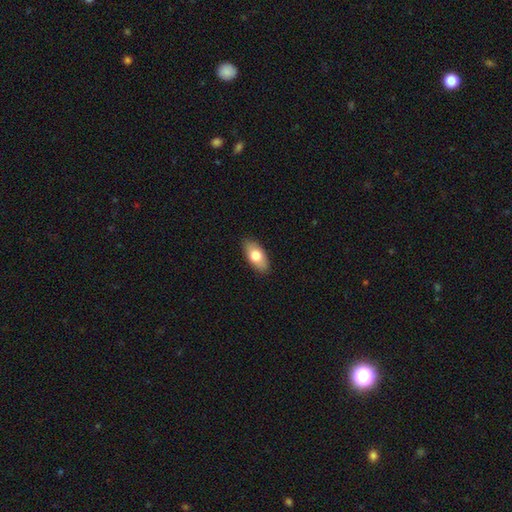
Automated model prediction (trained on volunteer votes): A smooth galaxy with no disk features (75%) that is in between round and cigar-shaped (90%).

Vote fractions:
- Smooth or featured? smooth: 75% / featured or disk: 19% / star or artifact: 6%
- How rounded? in between: 90% / cigar-shaped: 6% / round: 4%
- Merging? none: 88% / minor disturbance: 9% / major disturbance: 2% / merger: 1%